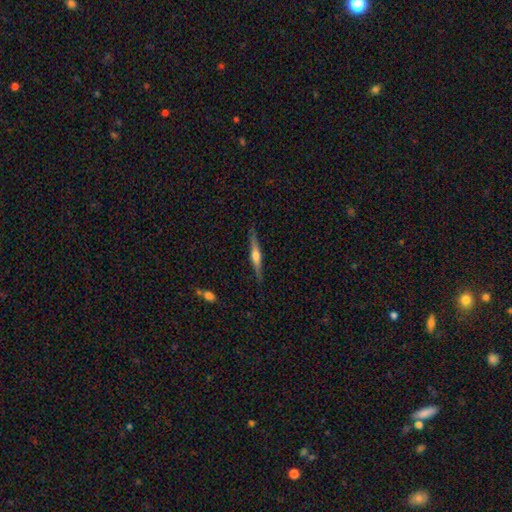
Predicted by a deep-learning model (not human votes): Smooth or featured? Predicted: featured or disk (p=0.68). Edge-on disk? Predicted: yes (p=0.97). Edge-on bulge? Predicted: rounded (p=0.87). Merging? Predicted: none (p=0.88).